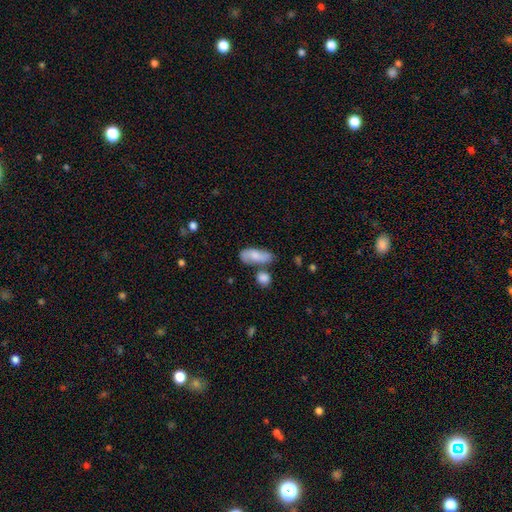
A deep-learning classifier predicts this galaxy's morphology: smooth 62%, featured or disk 31%, star or artifact 7%. Down the decision tree: how rounded — in between (81%); merging — none (54%).